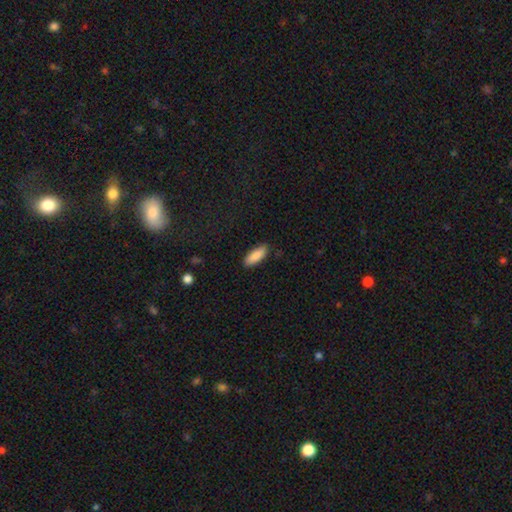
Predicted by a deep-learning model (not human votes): A smooth galaxy with no disk features (88%) that is in between round and cigar-shaped (68%). Merging: none (87%).